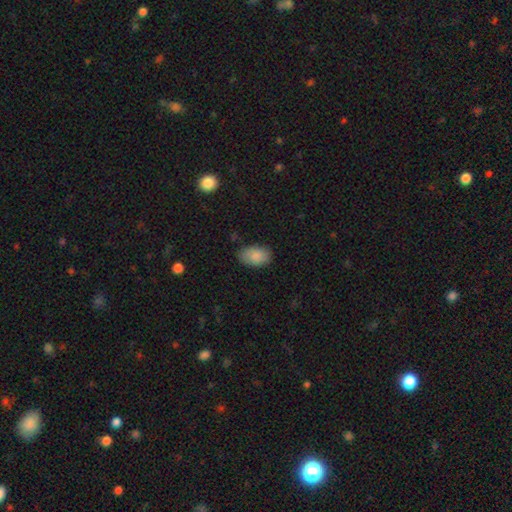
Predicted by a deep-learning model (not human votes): This is clearly a smooth galaxy (86%). How rounded: clearly in between (90%). Merging: clearly none (80%).